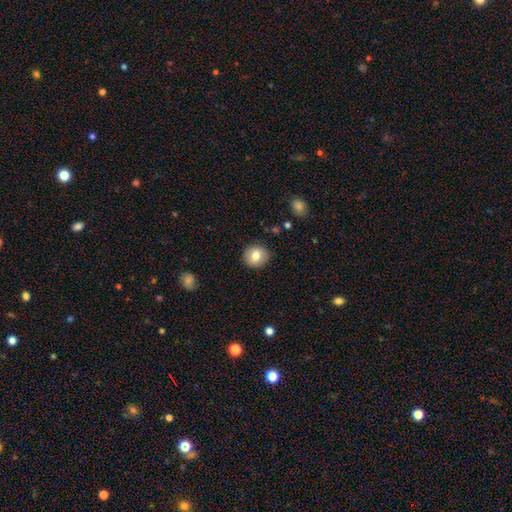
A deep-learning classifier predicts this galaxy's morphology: smooth_or_featured: smooth (p=0.81) [alt: featured or disk p=0.10]
how_rounded: round (p=0.84) [alt: in between p=0.15]
merging: none (p=0.89) [alt: minor disturbance p=0.07]